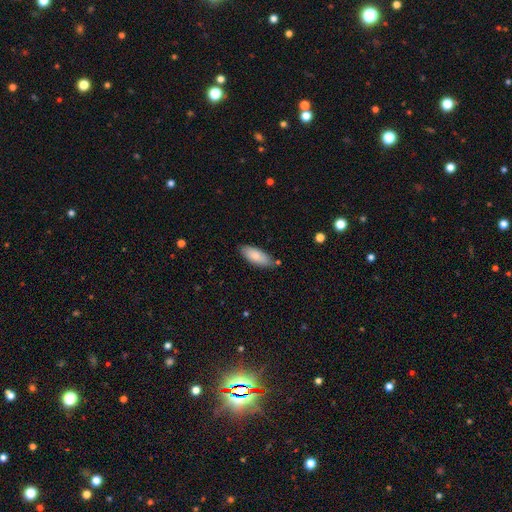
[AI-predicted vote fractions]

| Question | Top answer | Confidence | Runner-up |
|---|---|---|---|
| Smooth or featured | smooth | 83% | featured or disk (11%) |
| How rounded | in between | 78% | cigar-shaped (20%) |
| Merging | none | 80% | minor disturbance (15%) |